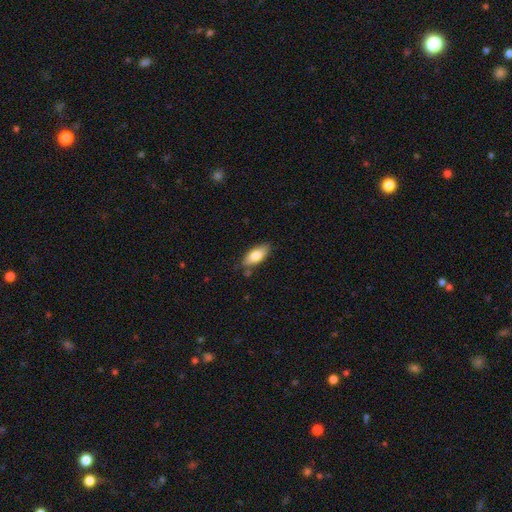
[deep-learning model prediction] Smooth or featured: smooth — 79% (featured or disk — 14%)
How rounded: in between — 86% (cigar-shaped — 12%)
Merging: none — 77% (minor disturbance — 17%)